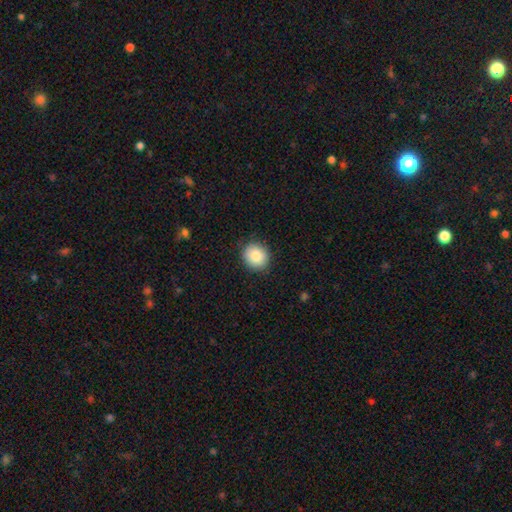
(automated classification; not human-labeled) This appears to be a smooth galaxy with no disk features (86%) that is round (82%). Merging: none (89%).